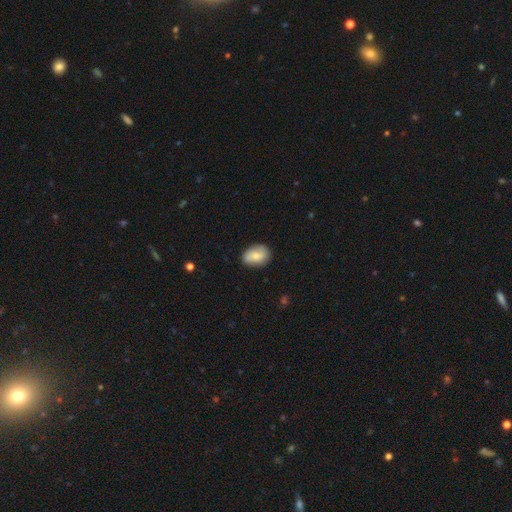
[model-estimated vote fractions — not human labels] Smooth or featured? Predicted: smooth (p=0.66). How rounded? Predicted: in between (p=0.74). Merging? Predicted: none (p=0.77).